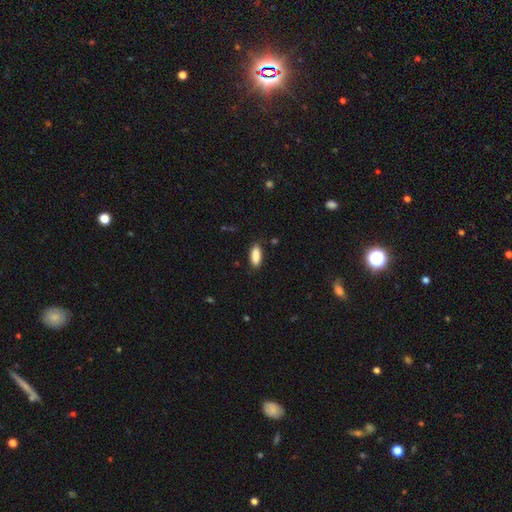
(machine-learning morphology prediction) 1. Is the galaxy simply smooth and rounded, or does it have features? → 89% smooth, 6% star or artifact, 4% featured or disk.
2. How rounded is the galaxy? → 80% in between, 18% cigar-shaped, 2% round.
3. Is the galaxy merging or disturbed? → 86% none, 10% minor disturbance, 2% major disturbance, 1% merger.